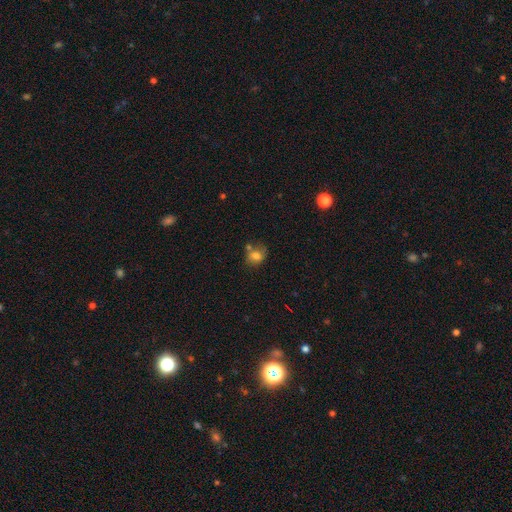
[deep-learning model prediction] Overall: smooth (74%). How rounded: round (53%; in between 46%). Merging: none (53%; minor disturbance 22%).